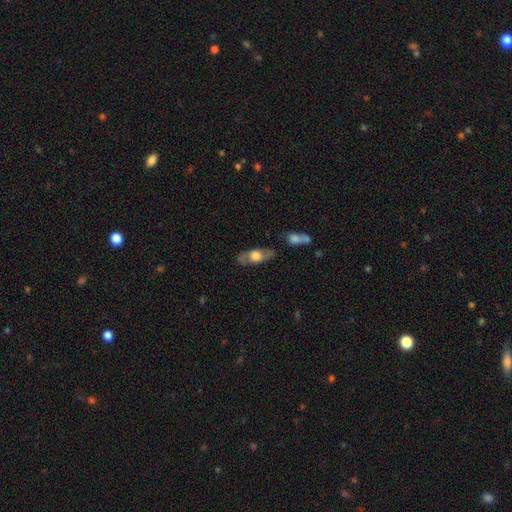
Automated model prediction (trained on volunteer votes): smooth-or-featured: featured or disk: 49% | smooth: 44% | star or artifact: 6%
  merging: none: 75% | minor disturbance: 16% | major disturbance: 5% | merger: 5%